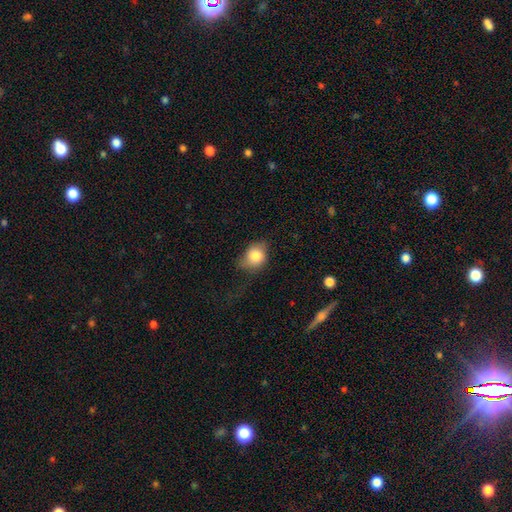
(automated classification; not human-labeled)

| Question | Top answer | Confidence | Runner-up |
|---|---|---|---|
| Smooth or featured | smooth | 80% | featured or disk (12%) |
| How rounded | in between | 53% | round (46%) |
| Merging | none | 47% | minor disturbance (33%) |